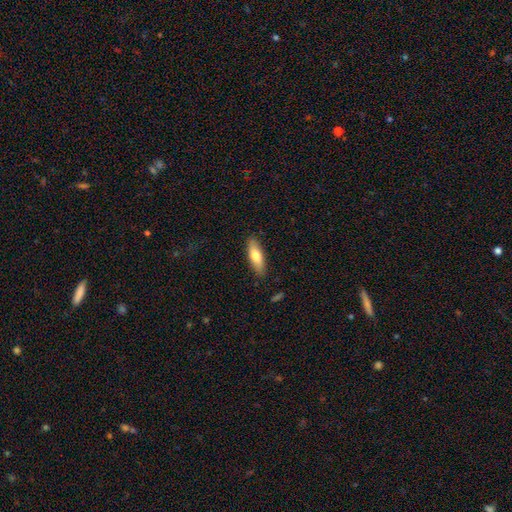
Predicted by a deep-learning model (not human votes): smooth-or-featured: smooth: 73% | featured or disk: 21% | star or artifact: 6%
  how-rounded: in between: 55% | cigar-shaped: 43% | round: 2%
  merging: none: 88% | minor disturbance: 9% | major disturbance: 2% | merger: 1%